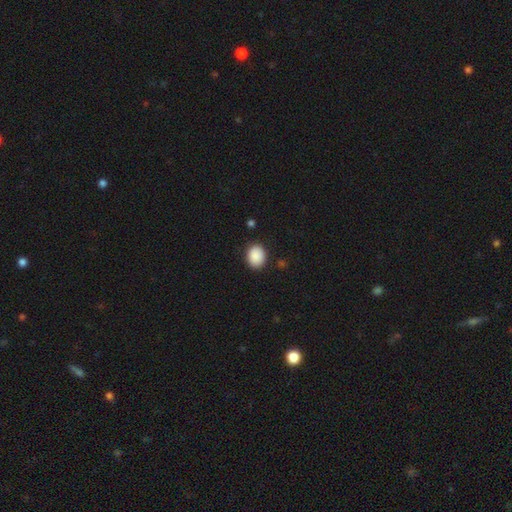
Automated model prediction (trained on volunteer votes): Q: Smooth or featured?
A: smooth (89%); runner-up: star or artifact (8%)
Q: How rounded?
A: round (52%); runner-up: in between (48%)
Q: Merging?
A: none (88%); runner-up: minor disturbance (9%)